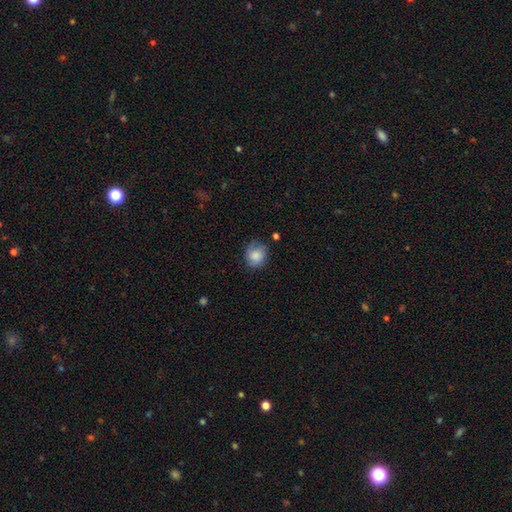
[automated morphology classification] Smooth or featured? smooth (84%)
How rounded? round (74%)
Merging? none (66%)